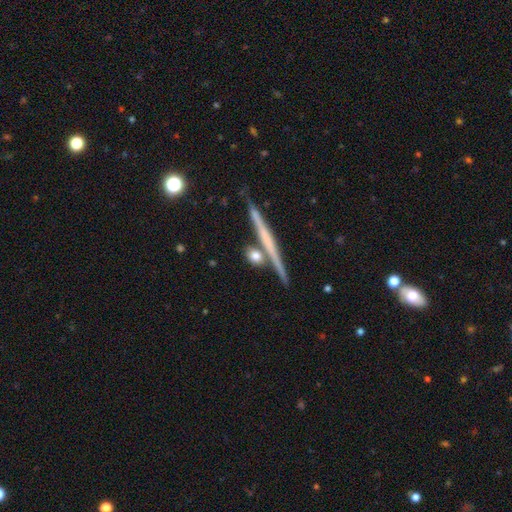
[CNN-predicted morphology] Smooth or featured? smooth (63%)
How rounded? round (45%)
Merging? none (71%)